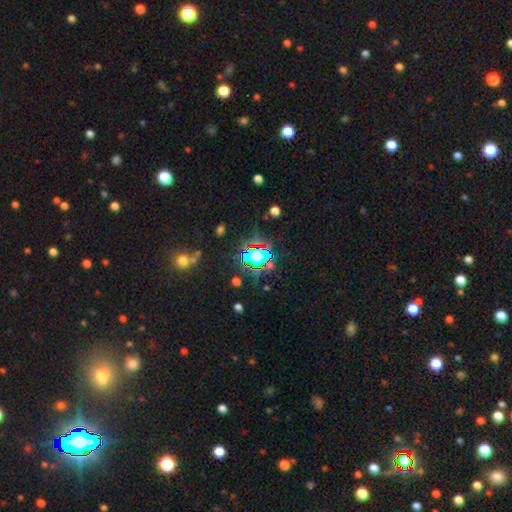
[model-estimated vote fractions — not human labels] Smooth or featured? star or artifact (56%)